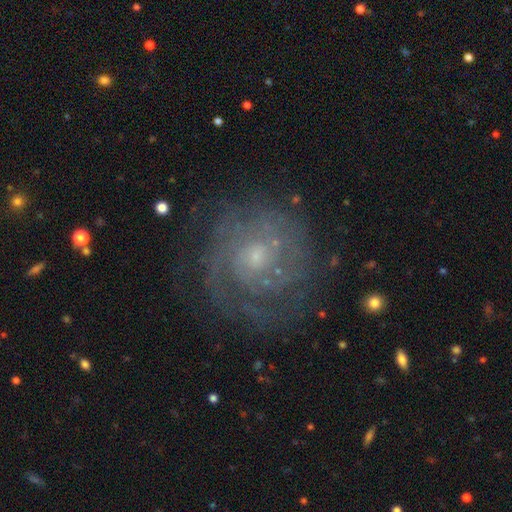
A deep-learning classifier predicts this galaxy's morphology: Q: Smooth or featured?
A: featured or disk (81%); runner-up: smooth (11%)
Q: Edge-on disk?
A: no (98%); runner-up: yes (2%)
Q: Bar?
A: no (71%); runner-up: weak (25%)
Q: Spiral arms?
A: yes (91%); runner-up: no (9%)
Q: Spiral winding?
A: tight (65%); runner-up: medium (27%)
Q: Spiral arm count?
A: can't tell (36%); runner-up: 2 (26%)
Q: Bulge size?
A: small (67%); runner-up: moderate (25%)
Q: Merging?
A: none (72%); runner-up: minor disturbance (16%)